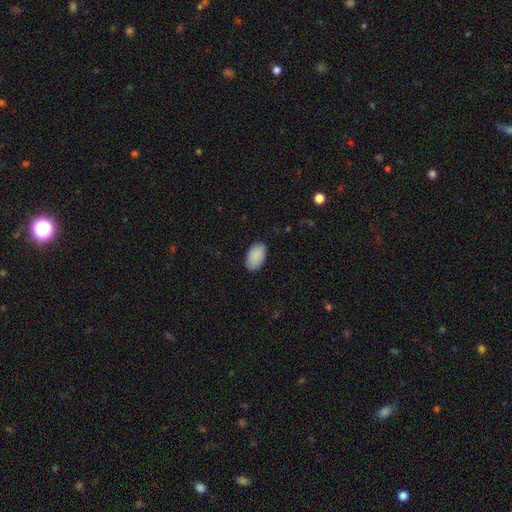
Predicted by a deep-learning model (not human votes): Smooth or featured? smooth (90%)
How rounded? in between (95%)
Merging? none (86%)